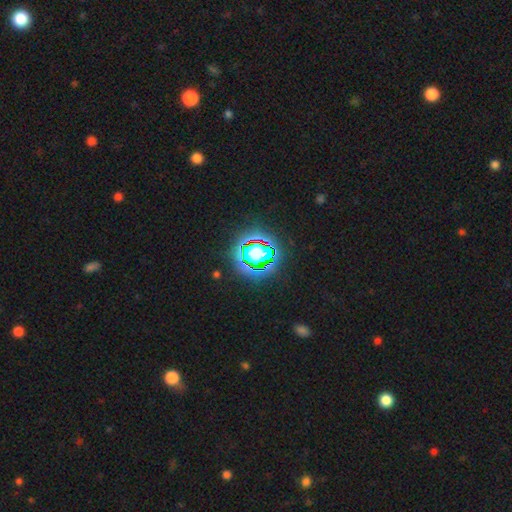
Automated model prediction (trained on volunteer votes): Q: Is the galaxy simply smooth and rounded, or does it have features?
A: star or artifact — 78%.